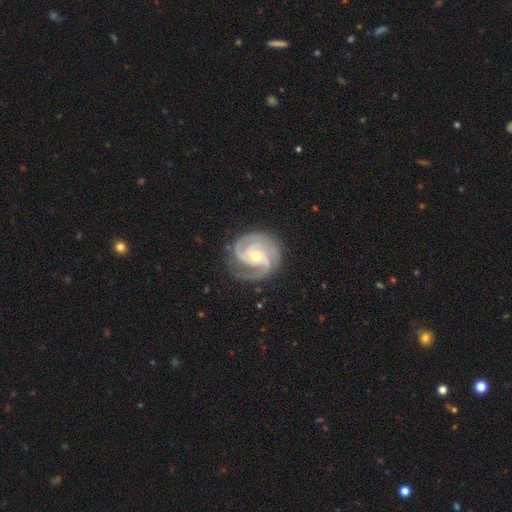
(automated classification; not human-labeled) This appears to be a featured or disk galaxy (92%) with no bar (56%), 3 (61%) tight (61%) spiral arms (99%) and a moderate central bulge (54%). Merging: none (80%).